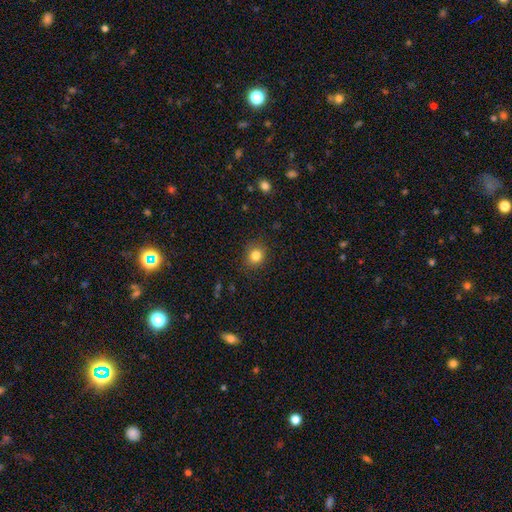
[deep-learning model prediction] Morphology: type=smooth (82%); roundness=round (80%); merging=none (87%).